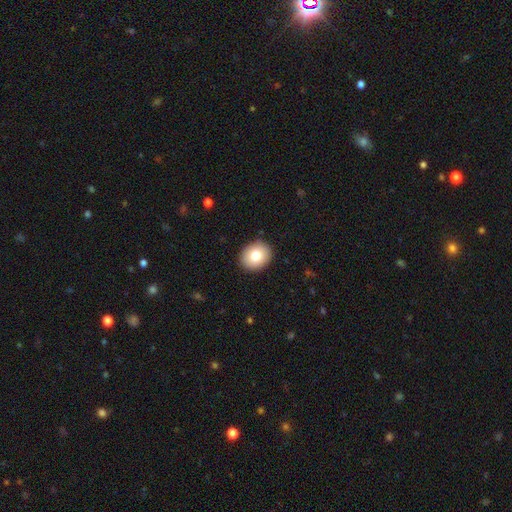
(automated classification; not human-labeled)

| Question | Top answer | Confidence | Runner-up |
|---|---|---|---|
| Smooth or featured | smooth | 79% | featured or disk (12%) |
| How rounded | round | 57% | in between (42%) |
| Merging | none | 90% | minor disturbance (7%) |